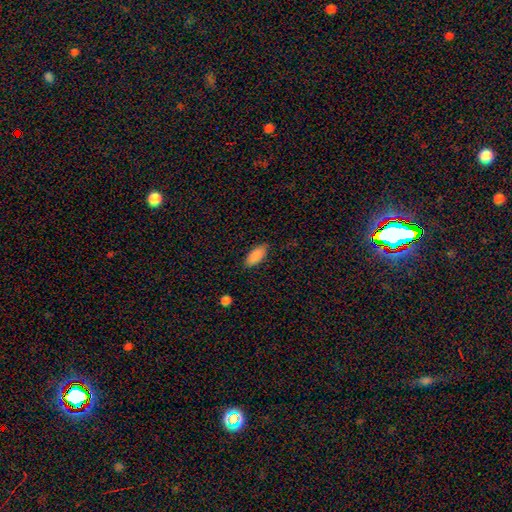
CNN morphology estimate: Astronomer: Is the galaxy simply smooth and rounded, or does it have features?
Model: smooth — 87%.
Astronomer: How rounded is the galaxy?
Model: in between — 88%.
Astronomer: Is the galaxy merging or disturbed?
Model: none — 85%.